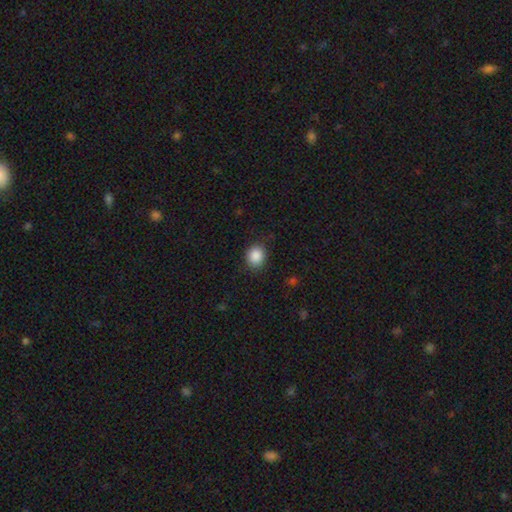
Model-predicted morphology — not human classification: type=smooth (88%); roundness=round (68%); merging=none (85%).